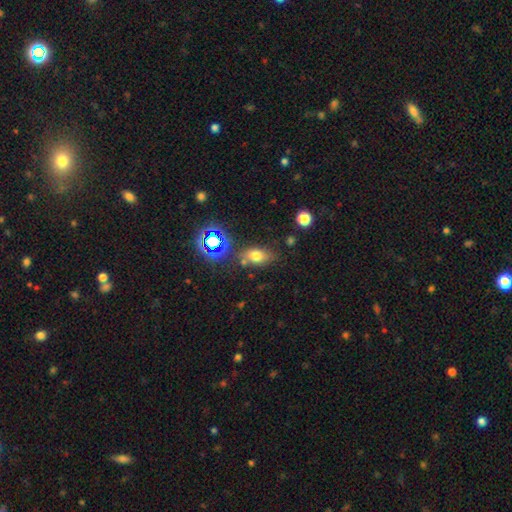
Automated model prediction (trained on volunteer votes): Smooth or featured? smooth (67%)
How rounded? in between (76%)
Merging? none (71%)